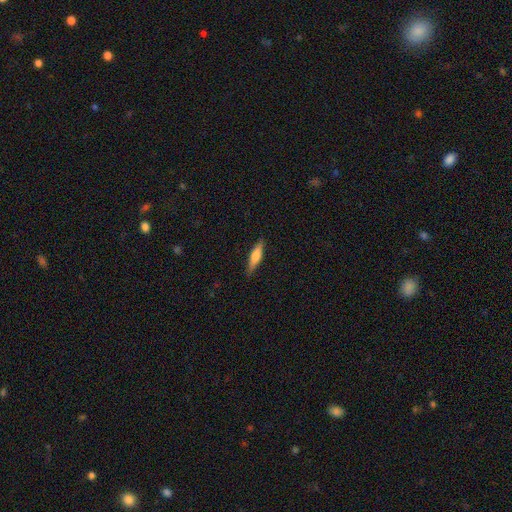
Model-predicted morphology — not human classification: Smooth or featured: smooth — 59% (featured or disk — 35%)
How rounded: cigar-shaped — 74% (in between — 24%)
Merging: none — 87% (minor disturbance — 10%)